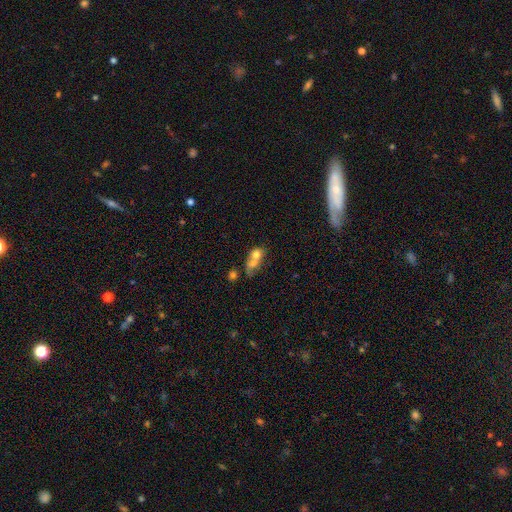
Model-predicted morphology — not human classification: This is likely a smooth galaxy (66%). How rounded: possibly in between (50%). Merging: likely merger (68%).